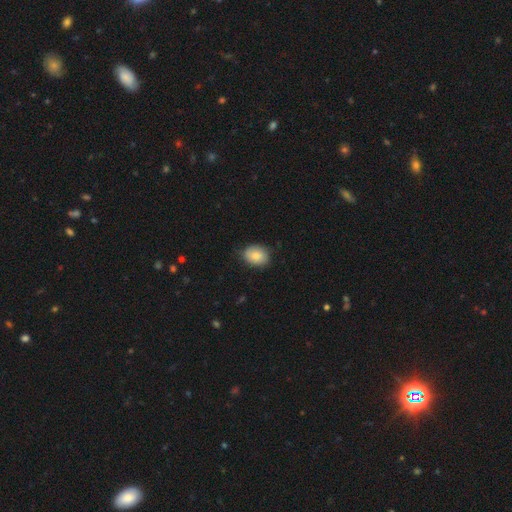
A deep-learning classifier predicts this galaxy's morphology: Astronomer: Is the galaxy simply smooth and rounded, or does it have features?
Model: smooth — 82%.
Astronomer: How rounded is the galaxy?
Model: in between — 63%.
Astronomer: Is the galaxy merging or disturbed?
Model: none — 79%.